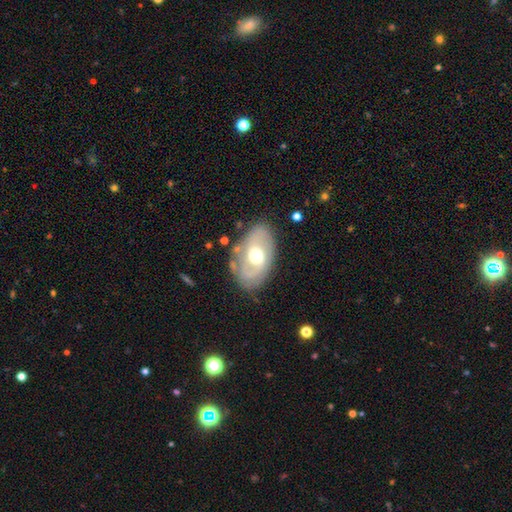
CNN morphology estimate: smooth-or-featured: featured or disk: 66% | smooth: 27% | star or artifact: 7%
  disk-edge-on: no: 93% | yes: 7%
    bar: no: 64% | weak: 28% | strong: 8%
    has-spiral-arms: yes: 66% | no: 34%
    bulge-size: moderate: 73% | large: 15% | small: 10% | dominant: 1% | none: 1%
  merging: none: 72% | minor disturbance: 19% | major disturbance: 6% | merger: 2%